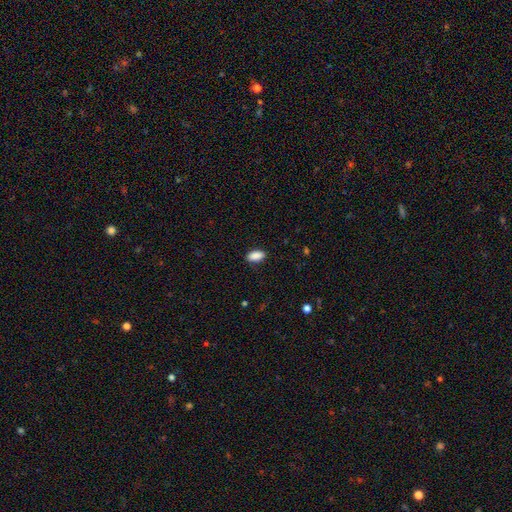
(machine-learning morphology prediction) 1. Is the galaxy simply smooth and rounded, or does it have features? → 90% smooth, 7% star or artifact, 3% featured or disk.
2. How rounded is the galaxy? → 91% in between, 6% cigar-shaped, 3% round.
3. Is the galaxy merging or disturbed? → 88% none, 9% minor disturbance, 2% major disturbance, 1% merger.